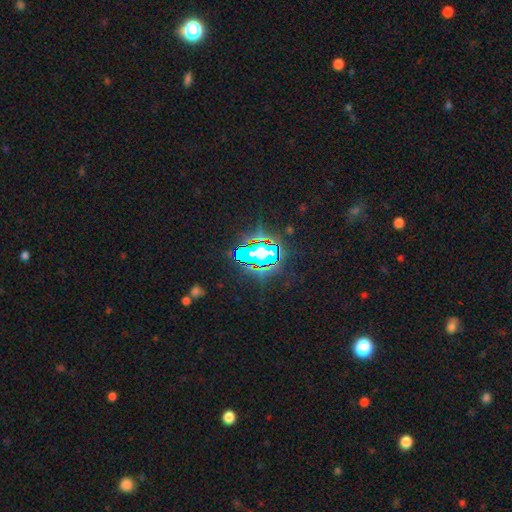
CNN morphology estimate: Smooth or featured?
  - star or artifact: 82% *
  - smooth: 10%
  - featured or disk: 7%